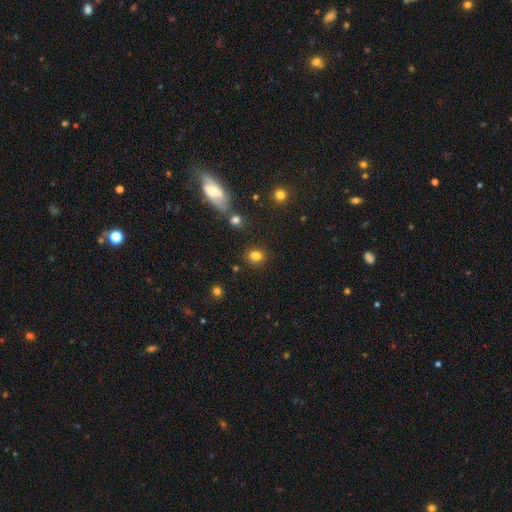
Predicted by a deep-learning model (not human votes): A smooth galaxy with no disk features (81%) that is round (62%).

Vote fractions:
- Smooth or featured? smooth: 81% / star or artifact: 12% / featured or disk: 7%
- How rounded? round: 62% / in between: 37% / cigar-shaped: 1%
- Merging? none: 81% / minor disturbance: 10% / merger: 5% / major disturbance: 3%